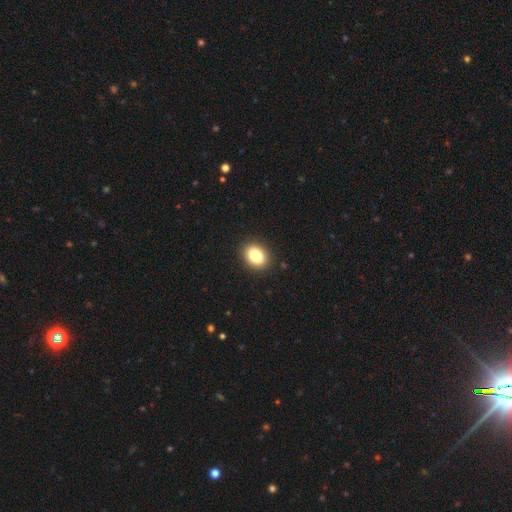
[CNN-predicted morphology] A smooth galaxy with no disk features (85%) that is in between round and cigar-shaped (64%).

Vote fractions:
- Smooth or featured? smooth: 85% / star or artifact: 8% / featured or disk: 7%
- How rounded? in between: 64% / round: 35% / cigar-shaped: 1%
- Merging? none: 90% / minor disturbance: 7% / major disturbance: 2% / merger: 1%